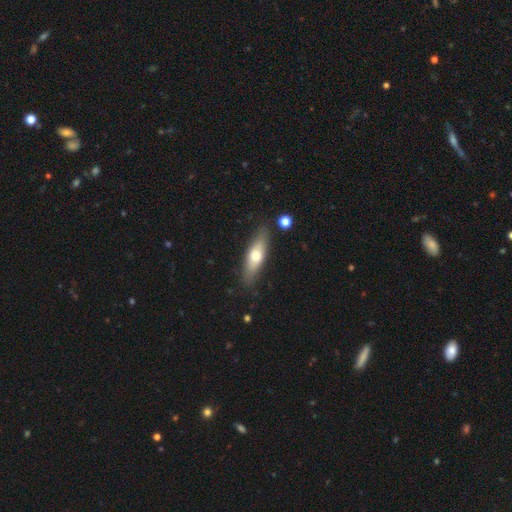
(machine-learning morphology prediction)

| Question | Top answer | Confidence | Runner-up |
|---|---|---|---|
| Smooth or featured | smooth | 59% | featured or disk (35%) |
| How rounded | in between | 49% | cigar-shaped (48%) |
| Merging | none | 81% | minor disturbance (13%) |